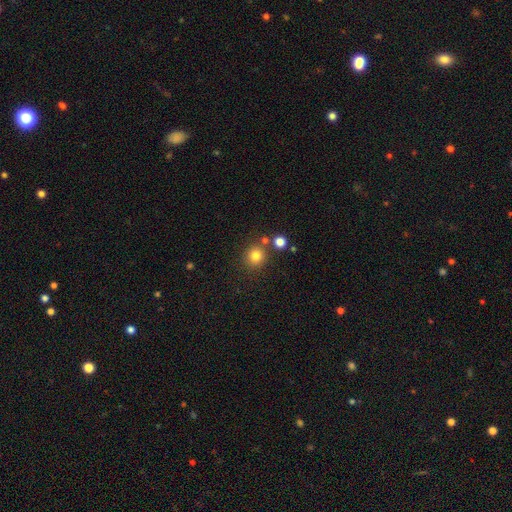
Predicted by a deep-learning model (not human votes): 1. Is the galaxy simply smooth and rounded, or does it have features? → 81% smooth, 13% star or artifact, 6% featured or disk.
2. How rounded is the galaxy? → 90% round, 9% in between, 1% cigar-shaped.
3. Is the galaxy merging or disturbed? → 79% none, 10% merger, 8% minor disturbance, 3% major disturbance.